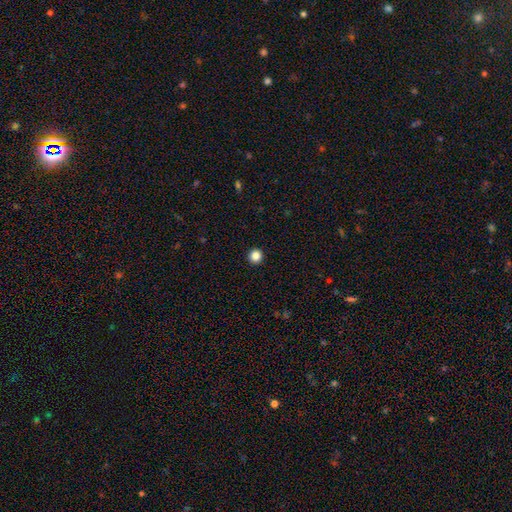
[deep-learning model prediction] smooth 85%, star or artifact 11%, featured or disk 4%. Down the decision tree: how rounded — round (95%); merging — none (94%).